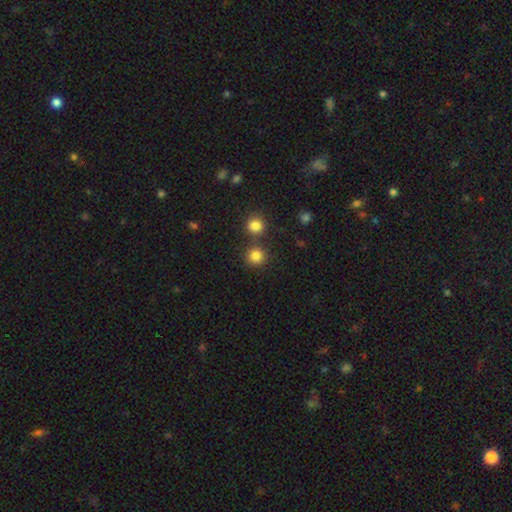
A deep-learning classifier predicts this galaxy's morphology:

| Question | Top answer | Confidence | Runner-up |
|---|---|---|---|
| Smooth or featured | smooth | 83% | star or artifact (13%) |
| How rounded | round | 92% | in between (7%) |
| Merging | none | 77% | merger (14%) |